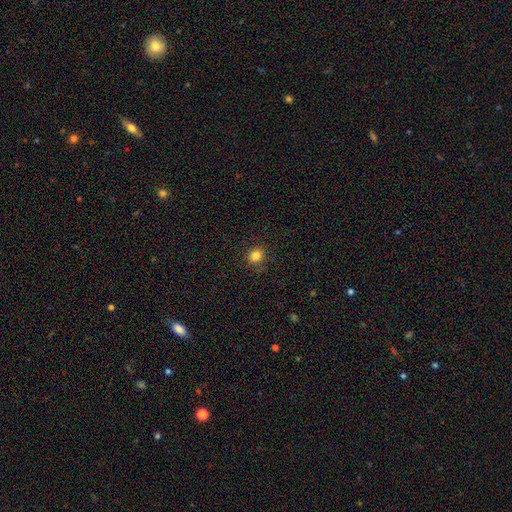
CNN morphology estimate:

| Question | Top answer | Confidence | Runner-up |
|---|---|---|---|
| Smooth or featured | smooth | 83% | star or artifact (12%) |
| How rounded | round | 75% | in between (24%) |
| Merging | none | 88% | minor disturbance (8%) |